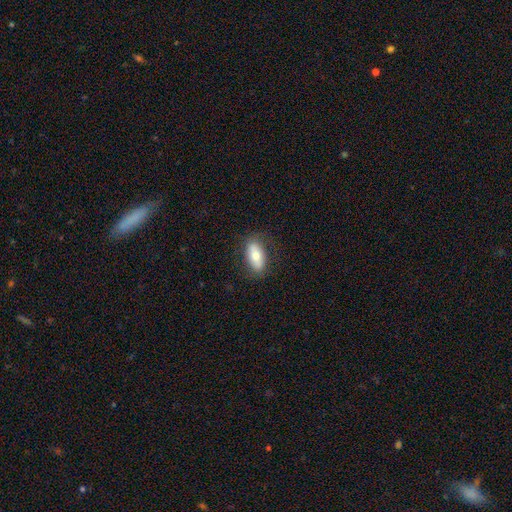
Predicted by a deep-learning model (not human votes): smooth-or-featured: smooth: 70% | featured or disk: 23% | star or artifact: 7%
  how-rounded: in between: 85% | cigar-shaped: 11% | round: 4%
  merging: none: 82% | minor disturbance: 13% | major disturbance: 4% | merger: 1%